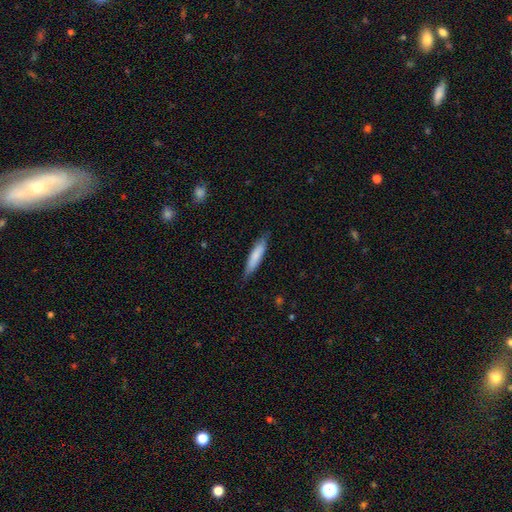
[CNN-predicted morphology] Q: Smooth or featured?
A: smooth (78%); runner-up: featured or disk (17%)
Q: How rounded?
A: cigar-shaped (81%); runner-up: in between (18%)
Q: Merging?
A: none (80%); runner-up: minor disturbance (16%)